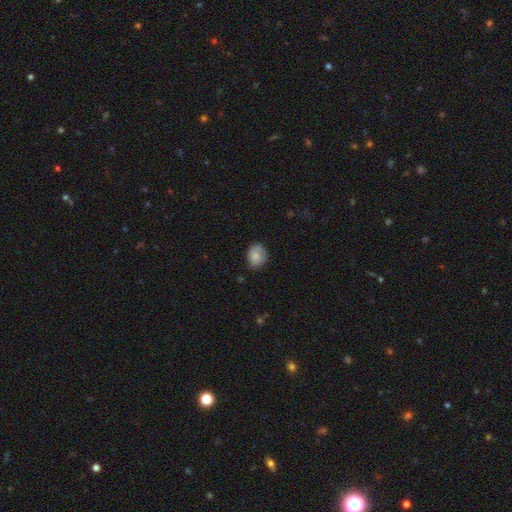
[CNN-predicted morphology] Smooth or featured? Predicted: smooth (p=0.77). How rounded? Predicted: in between (p=0.52). Merging? Predicted: none (p=0.67).